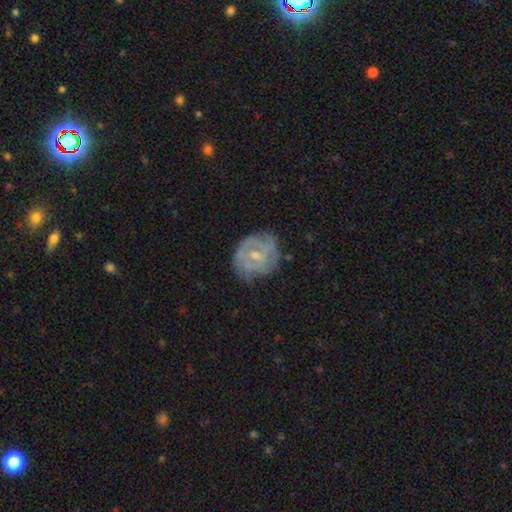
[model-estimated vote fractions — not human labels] Smooth or featured: featured or disk — 75% (smooth — 18%)
Edge-on disk: no — 98% (yes — 2%)
Bar: no — 48% (weak — 44%)
Spiral arms: yes — 85% (no — 15%)
Spiral winding: tight — 59% (medium — 32%)
Spiral arm count: can't tell — 35% (2 — 29%)
Bulge size: small — 50% (moderate — 46%)
Merging: none — 67% (minor disturbance — 23%)